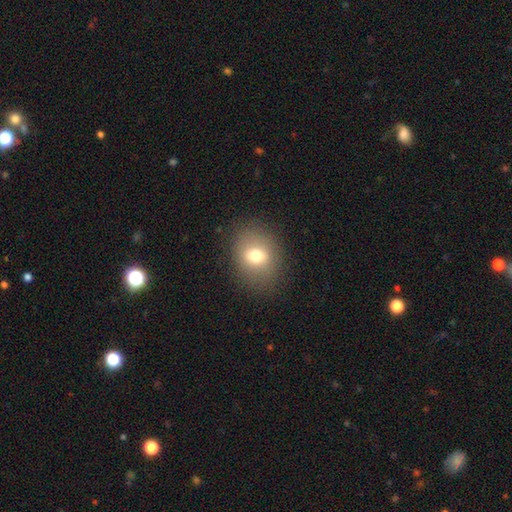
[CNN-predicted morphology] This is likely a smooth galaxy (71%). How rounded: possibly round (51%). Merging: clearly none (84%).